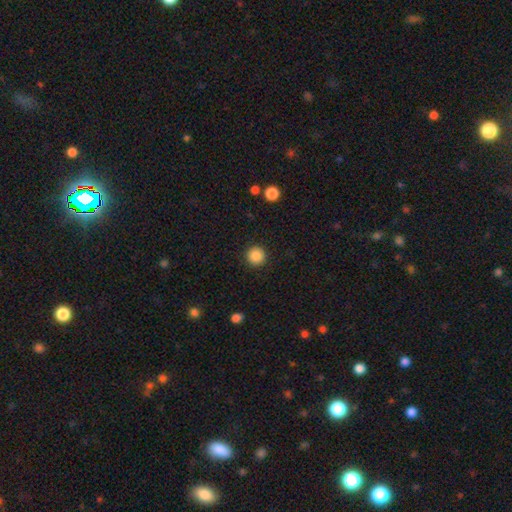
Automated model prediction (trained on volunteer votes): smooth_or_featured: smooth (p=0.88) [alt: star or artifact p=0.09]
how_rounded: round (p=0.96) [alt: in between p=0.03]
merging: none (p=0.92) [alt: minor disturbance p=0.05]